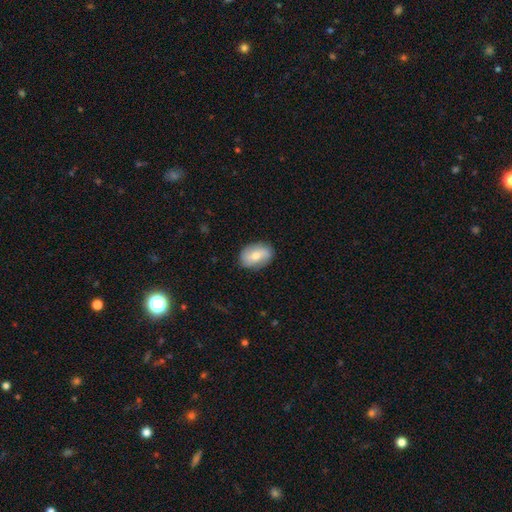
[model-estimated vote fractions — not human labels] The model was most divided on "smooth or featured": smooth: 60%, featured or disk: 33%, star or artifact: 7%. More confident: merging — none (84%); how rounded — in between (82%).